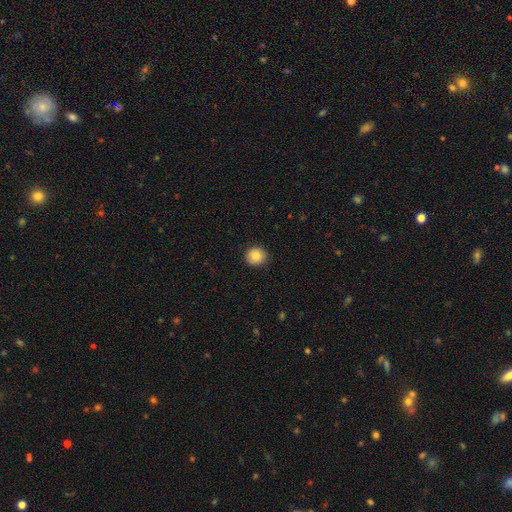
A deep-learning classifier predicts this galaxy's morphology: This appears to be a smooth galaxy with no disk features (84%) that is round (92%). Merging: none (91%).